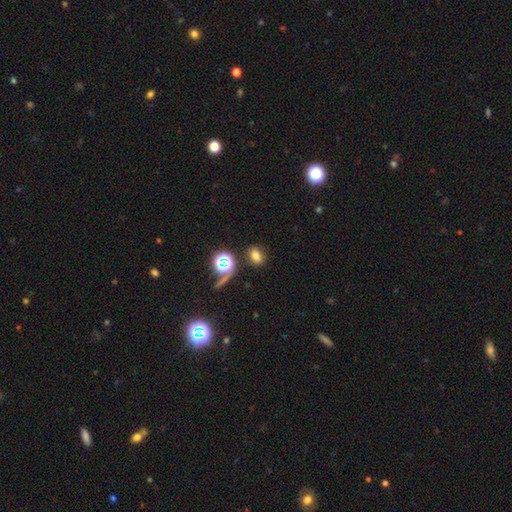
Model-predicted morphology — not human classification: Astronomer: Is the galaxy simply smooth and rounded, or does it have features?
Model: smooth — 72%.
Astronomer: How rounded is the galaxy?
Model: in between — 72%.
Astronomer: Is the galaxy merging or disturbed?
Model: none — 83%.